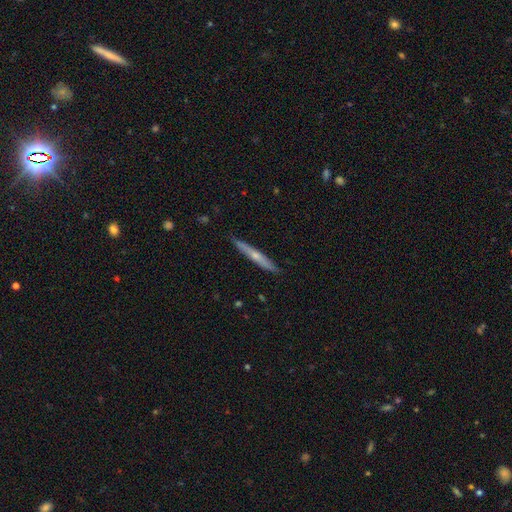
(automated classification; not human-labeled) A featured or disk galaxy (53%) viewed edge-on (95%) with a rounded central bulge (65%).

Vote fractions:
- Smooth or featured? featured or disk: 53% / smooth: 41% / star or artifact: 6%
- Edge-on disk? yes: 95% / no: 5%
- Edge-on bulge? rounded: 65% / none: 32% / boxy: 3%
- Merging? none: 89% / minor disturbance: 9% / major disturbance: 1% / merger: 1%